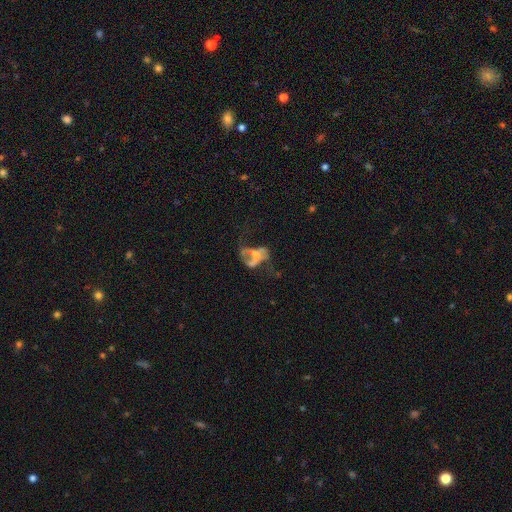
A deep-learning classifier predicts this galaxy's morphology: smooth-or-featured: featured or disk: 56% | smooth: 27% | star or artifact: 17%
  disk-edge-on: no: 97% | yes: 3%
    bar: no: 82% | weak: 12% | strong: 5%
    has-spiral-arms: no: 81% | yes: 19%
    bulge-size: none: 72% | small: 13% | moderate: 9% | large: 4% | dominant: 2%
  merging: major disturbance: 48% | none: 20% | merger: 19% | minor disturbance: 13%